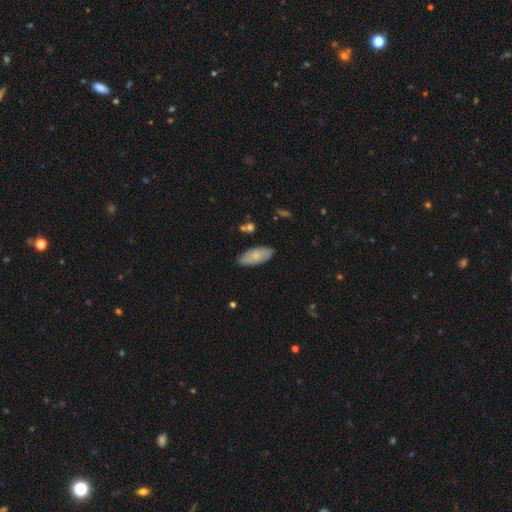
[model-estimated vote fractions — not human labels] Overall: smooth (70%). How rounded: in between (85%). Merging: none (81%).